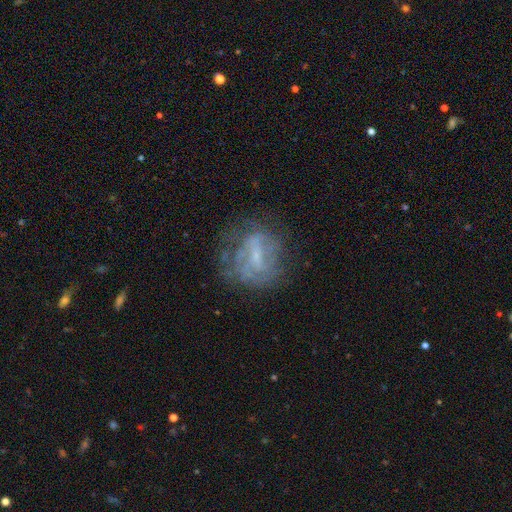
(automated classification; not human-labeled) Morphology: type=featured or disk (67%); edge-on=no (96%); bar=weak (49%); spiral arms=yes (58%); bulge=small (57%); merging=none (61%).